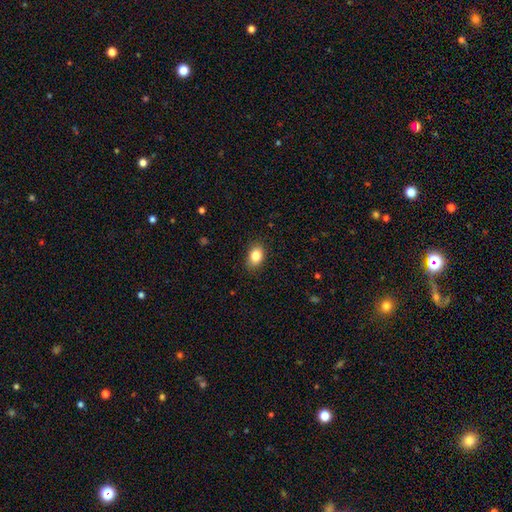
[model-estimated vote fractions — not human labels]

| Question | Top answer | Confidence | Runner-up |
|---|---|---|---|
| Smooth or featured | smooth | 84% | star or artifact (9%) |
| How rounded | in between | 80% | round (19%) |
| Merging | none | 86% | minor disturbance (11%) |